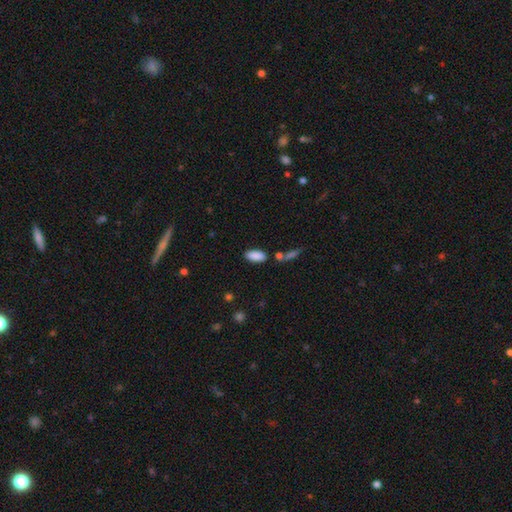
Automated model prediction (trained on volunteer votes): A smooth galaxy with no disk features (88%) that is in between round and cigar-shaped (83%).

Vote fractions:
- Smooth or featured? smooth: 88% / star or artifact: 7% / featured or disk: 5%
- How rounded? in between: 83% / cigar-shaped: 15% / round: 2%
- Merging? none: 77% / minor disturbance: 11% / merger: 10% / major disturbance: 3%